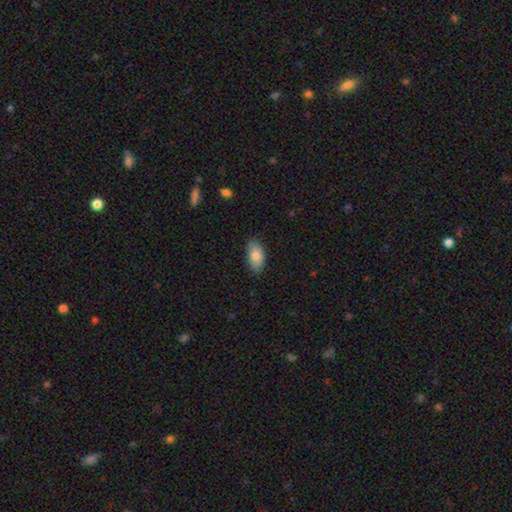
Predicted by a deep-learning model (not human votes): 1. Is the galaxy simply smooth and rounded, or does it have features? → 85% smooth, 9% featured or disk, 6% star or artifact.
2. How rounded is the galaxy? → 94% in between, 3% cigar-shaped, 3% round.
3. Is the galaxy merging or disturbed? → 84% none, 13% minor disturbance, 2% major disturbance, 1% merger.